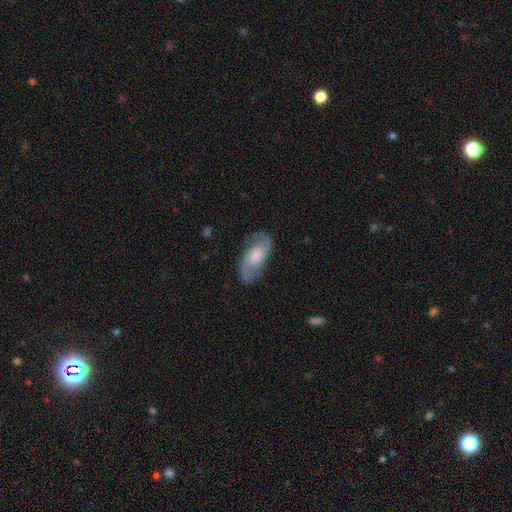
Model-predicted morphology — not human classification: Overall: featured or disk (78%). Edge-on disk: no (95%). Bar: no (54%; weak 38%). Spiral arms: yes (95%). Spiral arm count: 2 (90%). Spiral winding: medium (50%; loose 29%). Bulge size: moderate (47%; small 34%). Merging: none (79%).